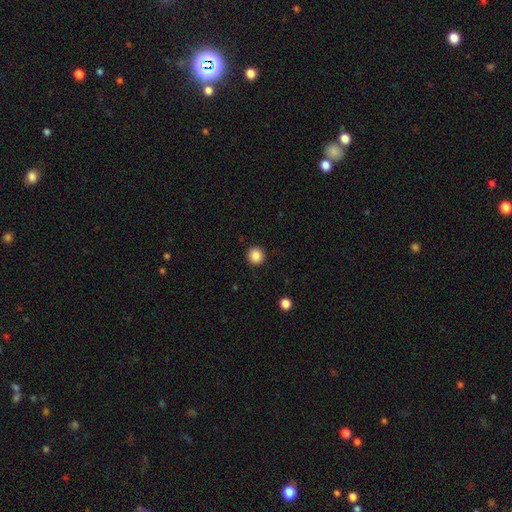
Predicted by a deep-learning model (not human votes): This appears to be a smooth galaxy with no disk features (87%) that is round (94%). Merging: none (92%).